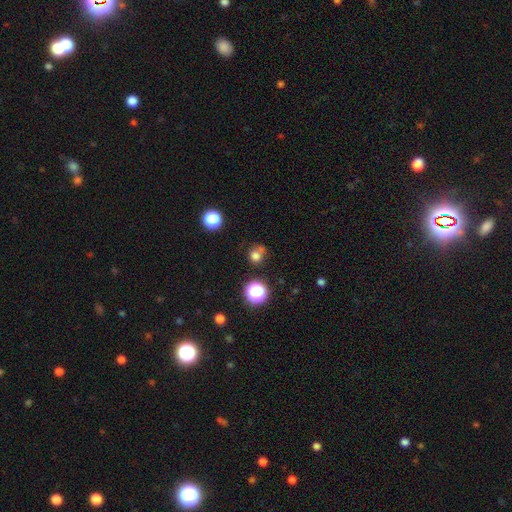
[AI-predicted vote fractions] The model was most divided on "merging": none: 61%, merger: 19%, minor disturbance: 14%, major disturbance: 6%. More confident: how rounded — round (86%); smooth or featured — smooth (74%).